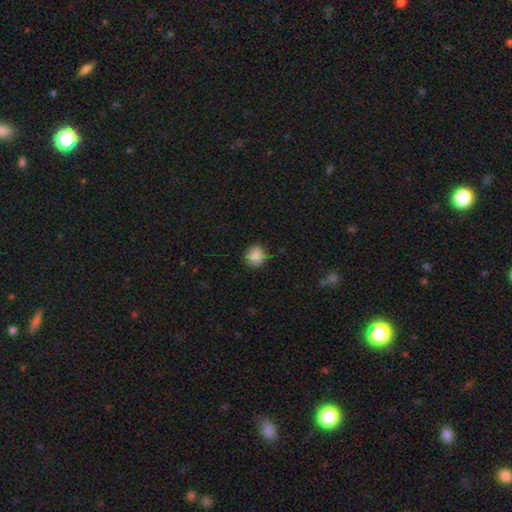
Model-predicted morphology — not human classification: A smooth galaxy with no disk features (88%) that is round (88%).

Vote fractions:
- Smooth or featured? smooth: 88% / star or artifact: 9% / featured or disk: 3%
- How rounded? round: 88% / in between: 11% / cigar-shaped: 1%
- Merging? none: 84% / minor disturbance: 12% / major disturbance: 3% / merger: 1%